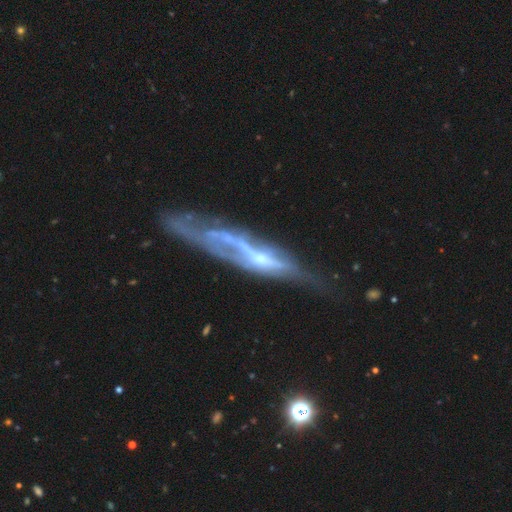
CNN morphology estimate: This appears to be a featured or disk galaxy (77%) viewed edge-on (65%) with a rounded central bulge (47%). Merging: none (47%).